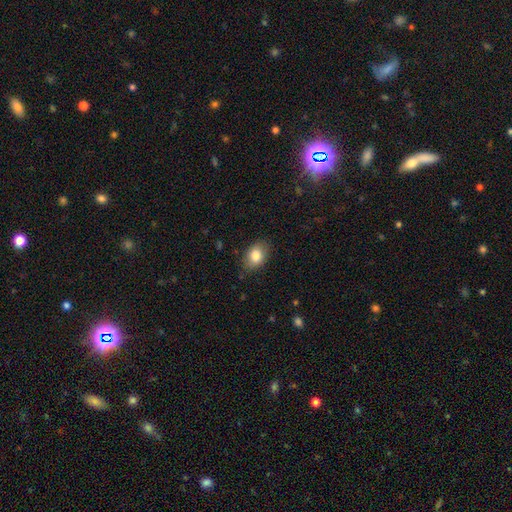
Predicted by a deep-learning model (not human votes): Overall: smooth (83%). How rounded: in between (77%). Merging: none (81%).